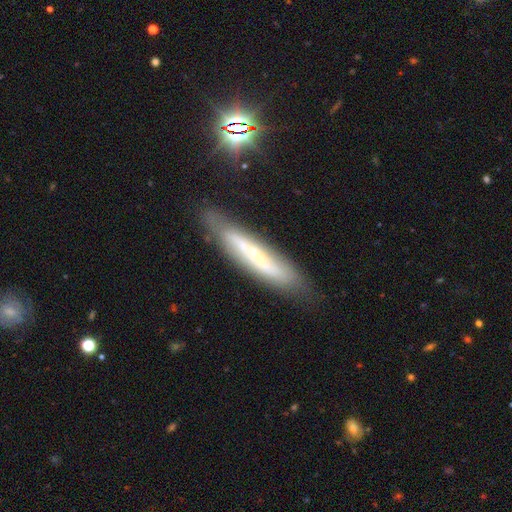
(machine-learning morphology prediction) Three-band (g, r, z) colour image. It shows a featured or disk galaxy (58%) viewed edge-on (61%). Merging: none (77%).